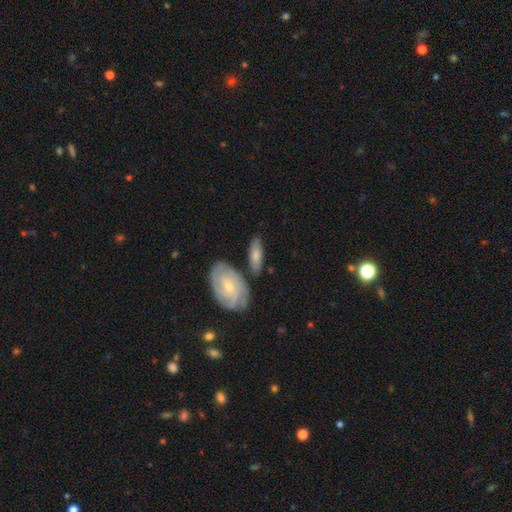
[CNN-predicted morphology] Q: Smooth or featured?
A: smooth (59%); runner-up: featured or disk (36%)
Q: How rounded?
A: in between (72%); runner-up: cigar-shaped (24%)
Q: Merging?
A: none (69%); runner-up: minor disturbance (15%)